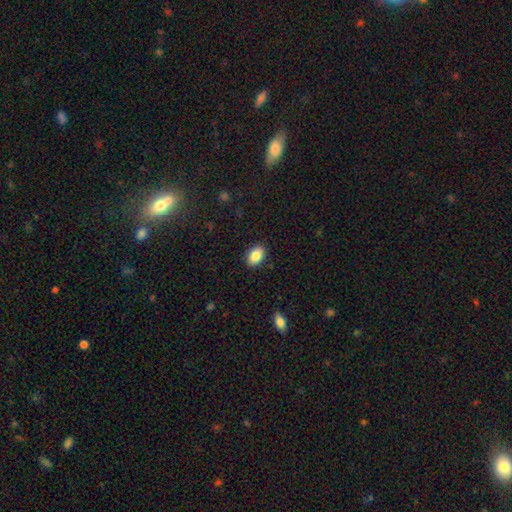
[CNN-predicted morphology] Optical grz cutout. It shows a smooth galaxy with no disk features (86%) that is in between round and cigar-shaped (89%). Merging: none (89%).